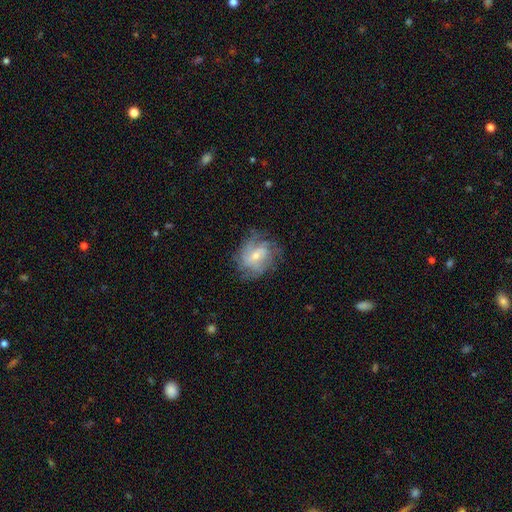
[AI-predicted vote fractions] A featured or disk galaxy (73%) with no bar (45%, tied with weak), tight (44%) spiral arms (88%) and a small central bulge (58%).

Vote fractions:
- Smooth or featured? featured or disk: 73% / smooth: 19% / star or artifact: 8%
- Edge-on disk? no: 97% / yes: 3%
- Bar? no: 45% (tied) / weak: 45% (tied) / strong: 10%
- Spiral arms? yes: 88% / no: 12%
- Spiral winding? tight: 44% / medium: 40% / loose: 17%
- Spiral arm count? can't tell: 39% / 2: 20% / 3: 19% / 4: 13% / 1: 5% / more than 4: 5%
- Bulge size? small: 58% / moderate: 37% / large: 2% / none: 2% / dominant: 1%
- Merging? none: 67% / minor disturbance: 20% / major disturbance: 11% / merger: 1%